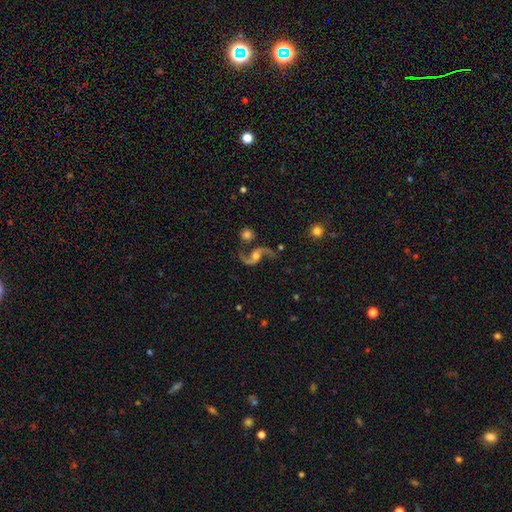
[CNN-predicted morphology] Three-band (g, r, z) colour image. It shows a featured or disk galaxy (90%) with no bar (57%), 2 (94%) loose (77%) spiral arms (97%) and a moderate central bulge (57%). Merging: none (72%).